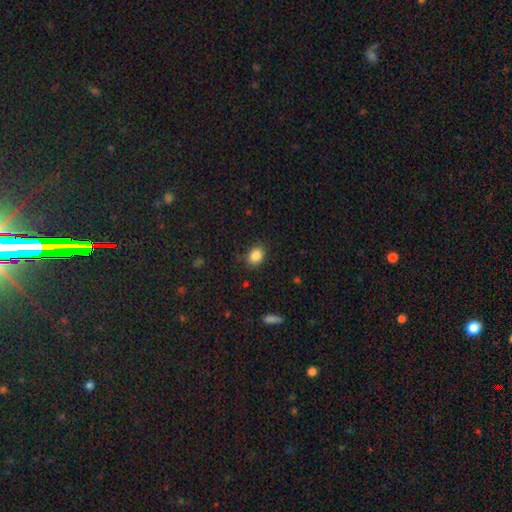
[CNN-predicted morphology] A smooth galaxy with no disk features (86%) that is in between round and cigar-shaped (65%).

Vote fractions:
- Smooth or featured? smooth: 86% / star or artifact: 9% / featured or disk: 5%
- How rounded? in between: 65% / round: 33% / cigar-shaped: 1%
- Merging? none: 83% / minor disturbance: 13% / major disturbance: 3% / merger: 1%